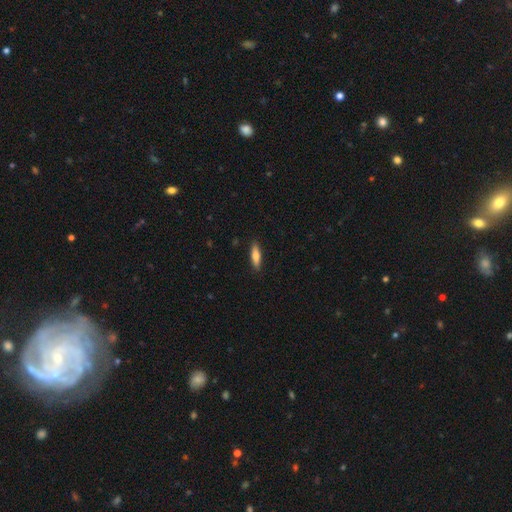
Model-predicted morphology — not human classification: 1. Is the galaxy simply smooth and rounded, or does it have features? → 74% smooth, 20% featured or disk, 6% star or artifact.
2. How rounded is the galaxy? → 62% cigar-shaped, 36% in between, 2% round.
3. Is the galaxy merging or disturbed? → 89% none, 8% minor disturbance, 2% major disturbance, 1% merger.